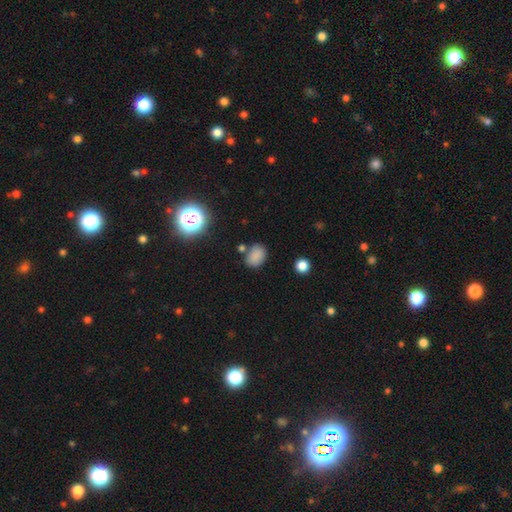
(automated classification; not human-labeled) Smooth or featured? Predicted: smooth (p=0.80). How rounded? Predicted: in between (p=0.68). Merging? Predicted: none (p=0.72).